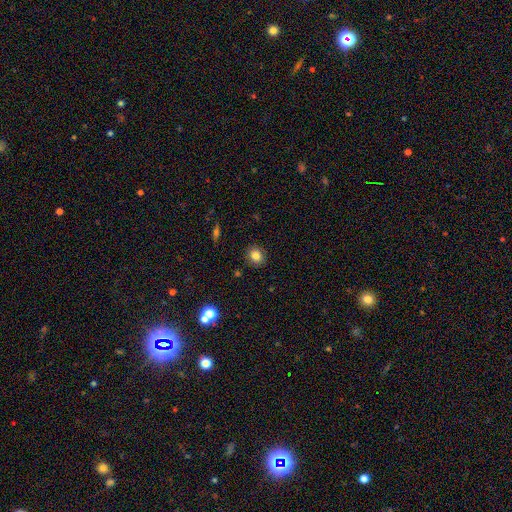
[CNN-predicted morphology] The model was most divided on "how rounded": round: 78%, in between: 21%, cigar-shaped: 1%. More confident: merging — none (89%); smooth or featured — smooth (82%).